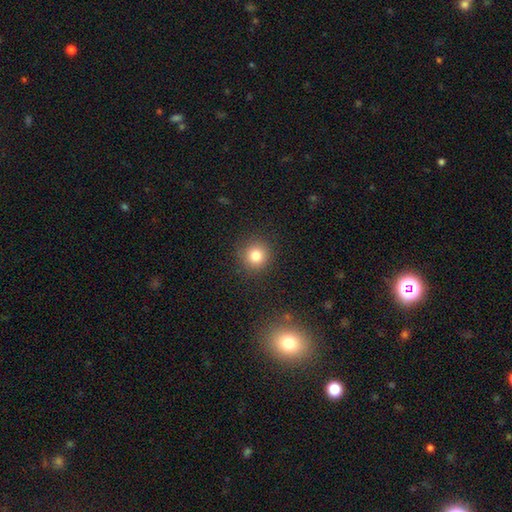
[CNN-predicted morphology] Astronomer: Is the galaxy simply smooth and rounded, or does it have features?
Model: smooth — 82%.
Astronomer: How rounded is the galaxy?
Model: round — 92%.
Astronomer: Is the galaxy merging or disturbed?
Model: none — 89%.